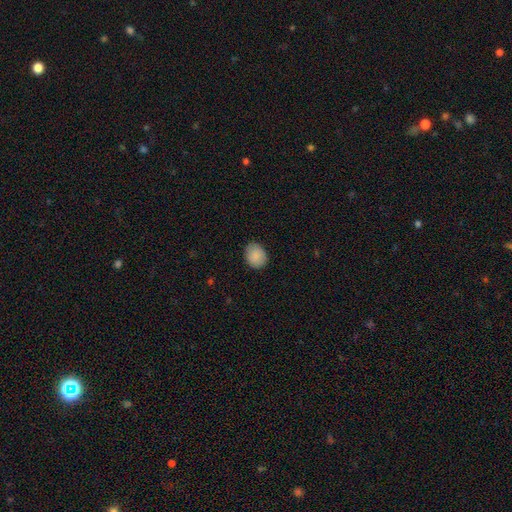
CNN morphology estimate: This is clearly a smooth galaxy (89%). How rounded: possibly round (57%). Merging: clearly none (86%).